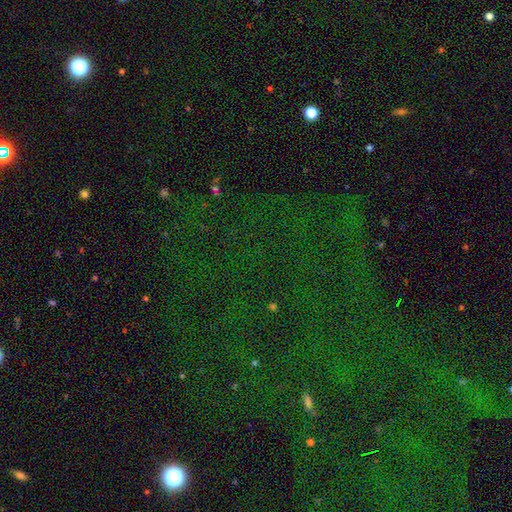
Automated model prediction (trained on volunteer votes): This appears to be a star or artifact, not a galaxy (80%).